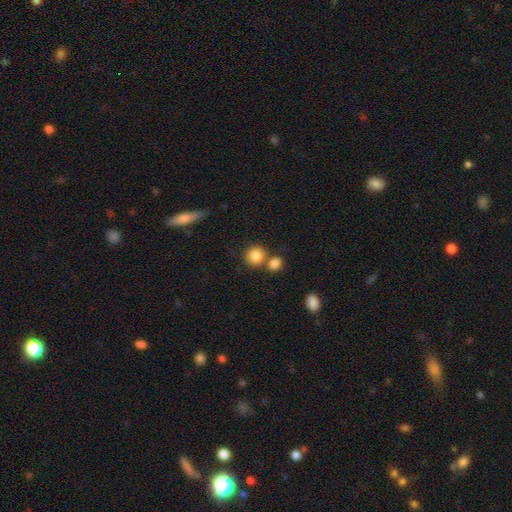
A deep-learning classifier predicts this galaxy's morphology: Smooth or featured? Predicted: smooth (p=0.85). How rounded? Predicted: round (p=0.84). Merging? Predicted: none (p=0.58).